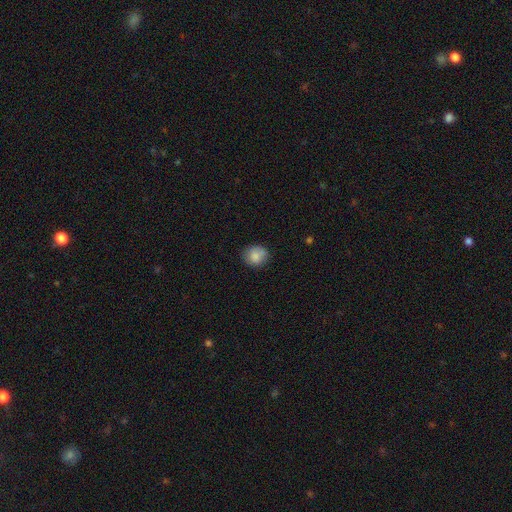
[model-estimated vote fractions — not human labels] Smooth or featured? Predicted: smooth (p=0.83). How rounded? Predicted: round (p=0.77). Merging? Predicted: none (p=0.75).